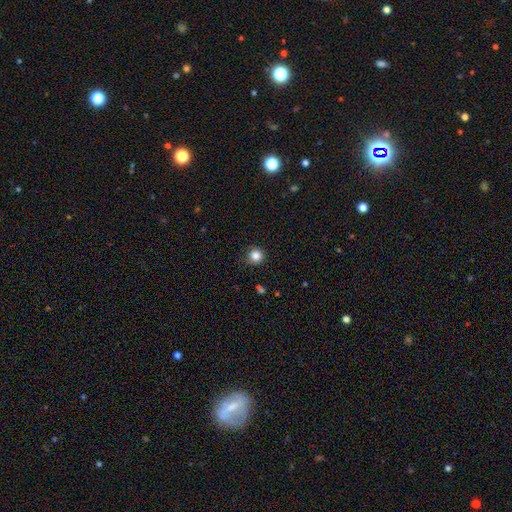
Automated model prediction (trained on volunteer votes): Morphology: type=smooth (84%); roundness=round (94%); merging=none (87%).